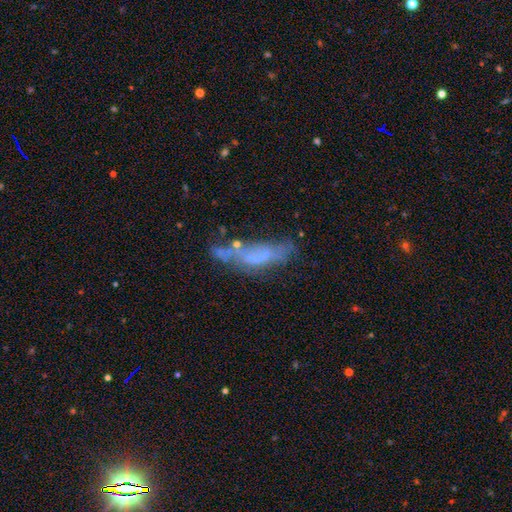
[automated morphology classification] featured or disk 45%, smooth 42%, star or artifact 13%. Down the decision tree: merging — none (34%).